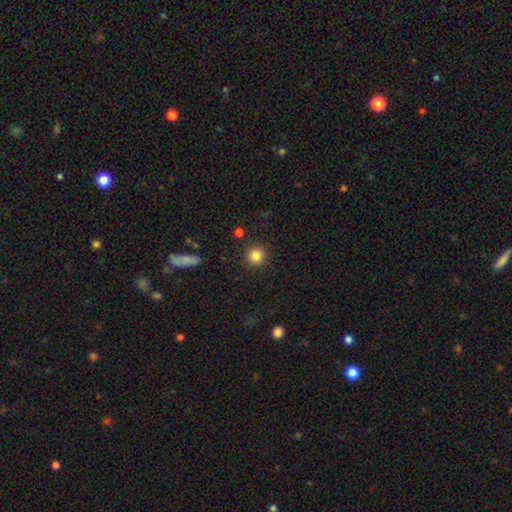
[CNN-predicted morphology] smooth_or_featured: smooth (p=0.84) [alt: star or artifact p=0.11]
how_rounded: round (p=0.91) [alt: in between p=0.08]
merging: none (p=0.90) [alt: minor disturbance p=0.06]